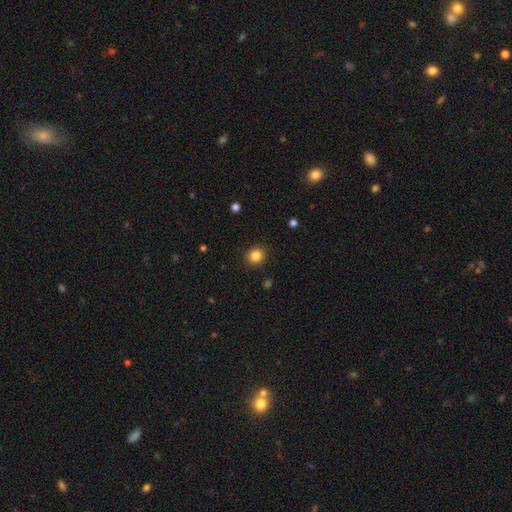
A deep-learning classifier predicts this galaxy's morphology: This appears to be a smooth galaxy with no disk features (84%) that is round (80%). Merging: none (90%).